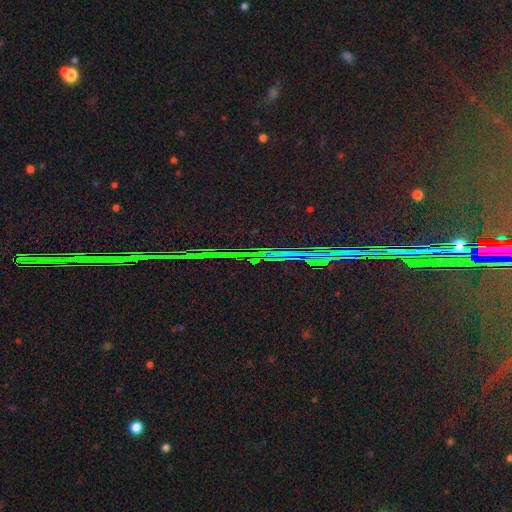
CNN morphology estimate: smooth-or-featured: star or artifact: 88% | featured or disk: 7% | smooth: 6%